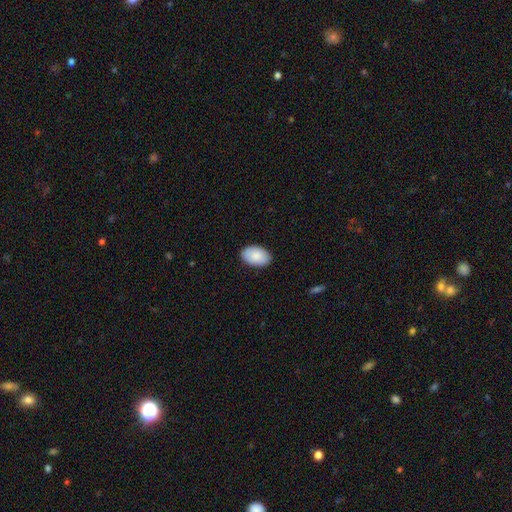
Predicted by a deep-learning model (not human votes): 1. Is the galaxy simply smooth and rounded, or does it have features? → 87% smooth, 7% featured or disk, 6% star or artifact.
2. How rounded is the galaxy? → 93% in between, 6% round, 1% cigar-shaped.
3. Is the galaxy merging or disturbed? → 88% none, 9% minor disturbance, 2% major disturbance, 1% merger.